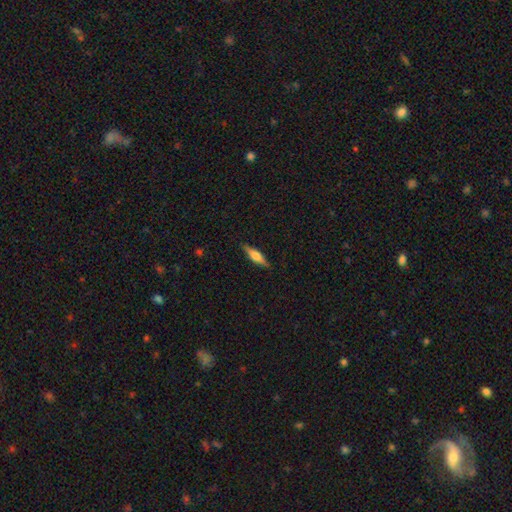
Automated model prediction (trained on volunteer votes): The model was most divided on "smooth or featured": featured or disk: 53%, smooth: 40%, star or artifact: 6%. More confident: edge-on disk — yes (96%); merging — none (88%); edge-on bulge — rounded (84%).